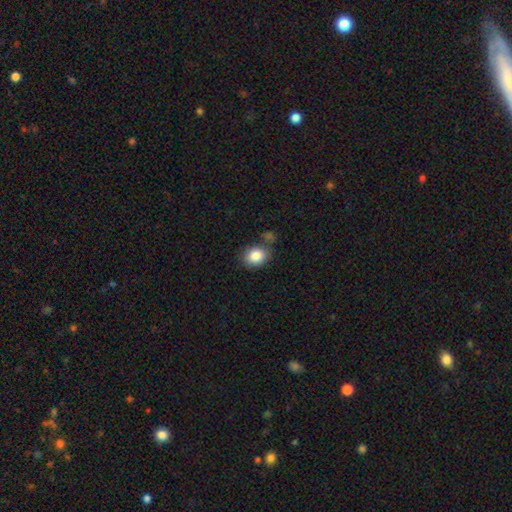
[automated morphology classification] Overall: smooth (85%). How rounded: in between (51%; round 48%). Merging: none (67%).